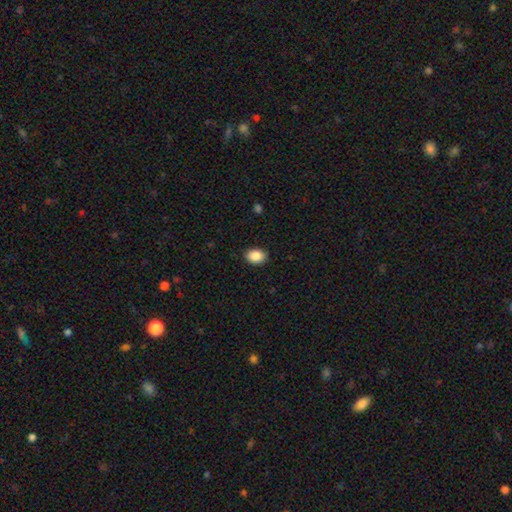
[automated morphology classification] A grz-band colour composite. It shows a smooth galaxy with no disk features (89%) that is in between round and cigar-shaped (76%). Merging: none (90%).